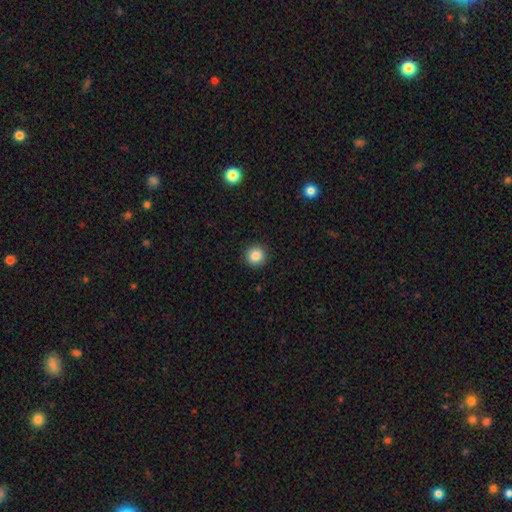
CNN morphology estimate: Smooth or featured? Predicted: smooth (p=0.86). How rounded? Predicted: round (p=0.92). Merging? Predicted: none (p=0.92).